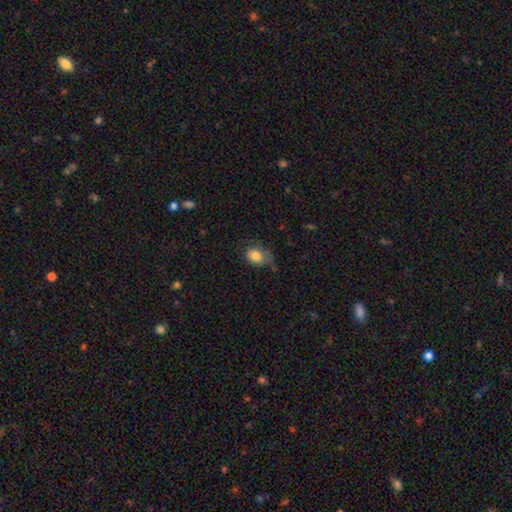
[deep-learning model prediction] Smooth or featured?
  - smooth: 81% *
  - featured or disk: 11%
  - star or artifact: 8%
How rounded?
  - in between: 73% *
  - round: 26%
  - cigar-shaped: 1%
Merging?
  - none: 48% *
  - minor disturbance: 35%
  - major disturbance: 14%
  - merger: 3%